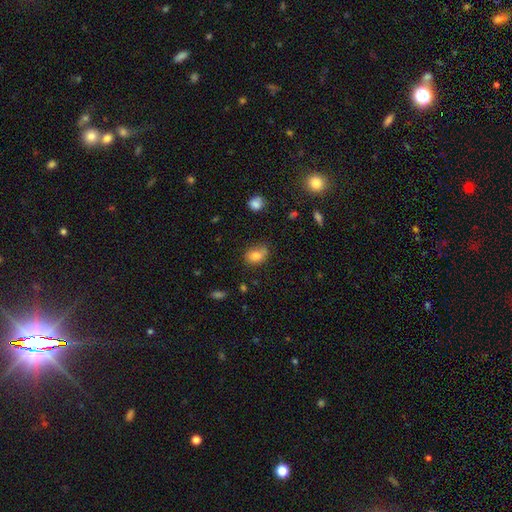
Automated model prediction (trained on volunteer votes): This is likely a smooth galaxy (80%). How rounded: likely in between (68%). Merging: possibly none (58%).